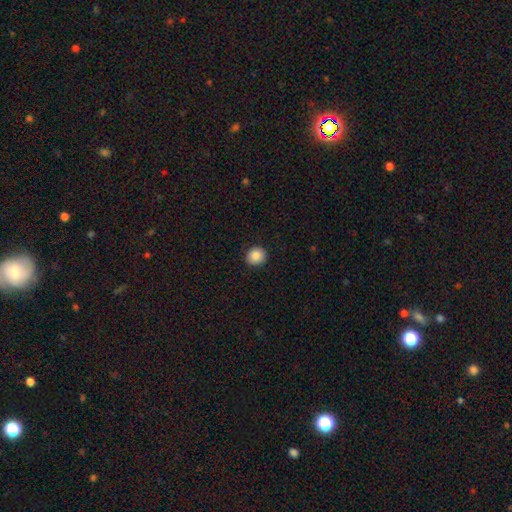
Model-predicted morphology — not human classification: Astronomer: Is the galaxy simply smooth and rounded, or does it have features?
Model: smooth — 87%.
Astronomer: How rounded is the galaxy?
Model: round — 87%.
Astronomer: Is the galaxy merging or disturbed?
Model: none — 90%.